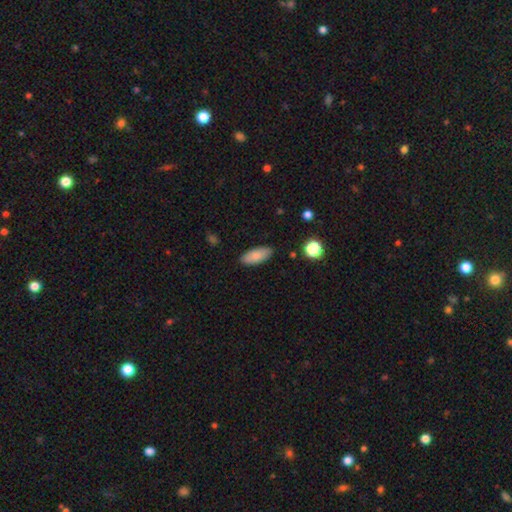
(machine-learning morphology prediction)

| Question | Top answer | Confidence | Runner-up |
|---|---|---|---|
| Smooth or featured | smooth | 83% | featured or disk (10%) |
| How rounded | in between | 84% | cigar-shaped (14%) |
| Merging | none | 86% | minor disturbance (10%) |